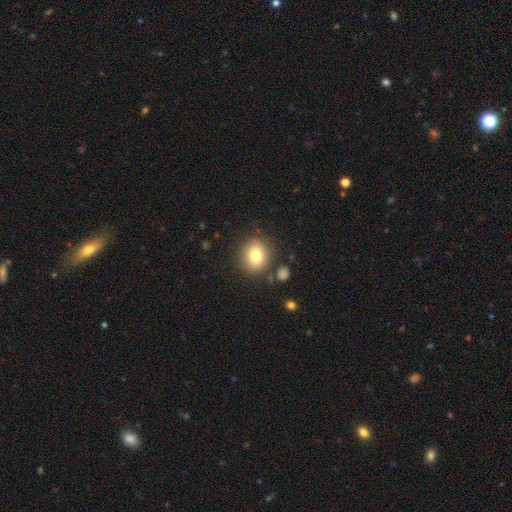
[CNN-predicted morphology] type=smooth (79%); roundness=round (70%); merging=none (82%).